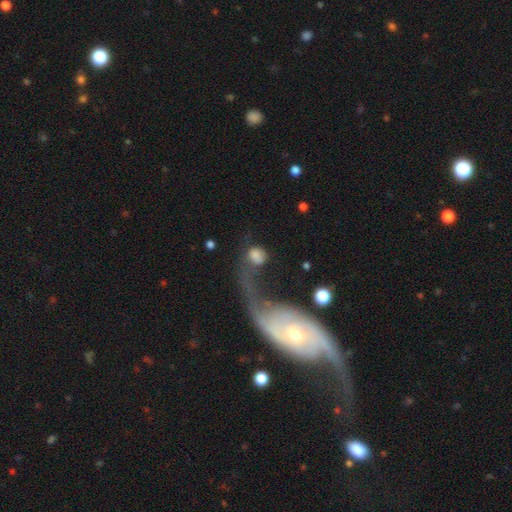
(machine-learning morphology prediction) Overall: smooth (64%). How rounded: round (67%; in between 30%). Merging: major disturbance (31%; none 28%).